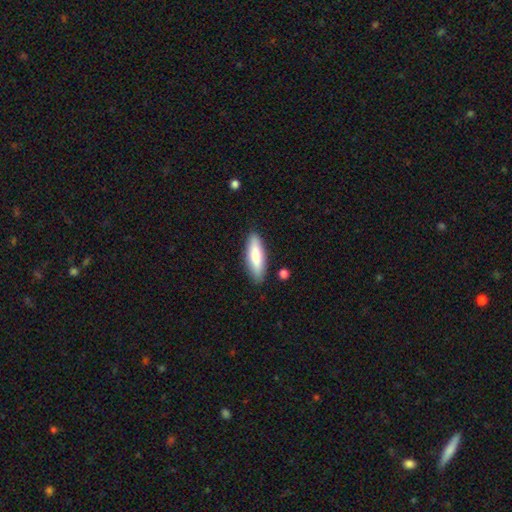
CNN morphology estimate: smooth-or-featured: smooth: 77% | featured or disk: 17% | star or artifact: 6%
  how-rounded: cigar-shaped: 52% | in between: 46% | round: 2%
  merging: none: 86% | minor disturbance: 10% | major disturbance: 2% | merger: 2%